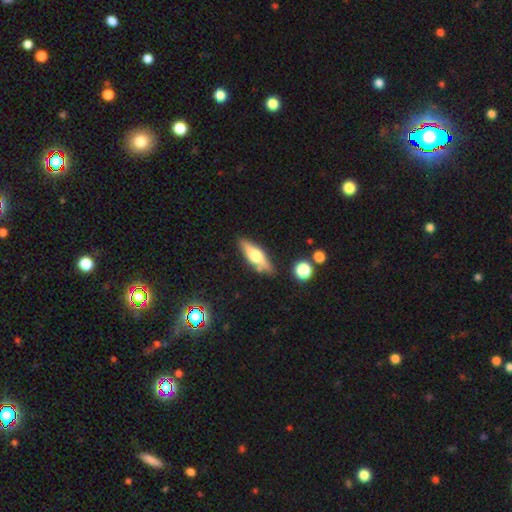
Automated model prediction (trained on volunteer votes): Overall: featured or disk (52%; smooth 41%). Edge-on disk: yes (90%). Merging: none (81%).